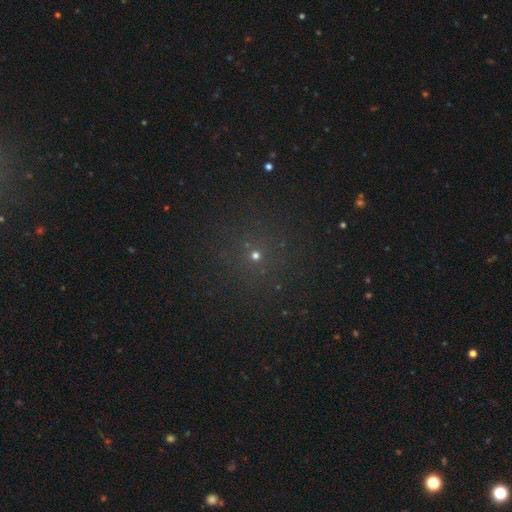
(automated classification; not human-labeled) A smooth galaxy with no disk features (57%) that is round (92%).

Vote fractions:
- Smooth or featured? smooth: 57% / star or artifact: 34% / featured or disk: 9%
- How rounded? round: 92% / in between: 7% / cigar-shaped: 1%
- Merging? none: 85% / minor disturbance: 8% / merger: 4% / major disturbance: 3%